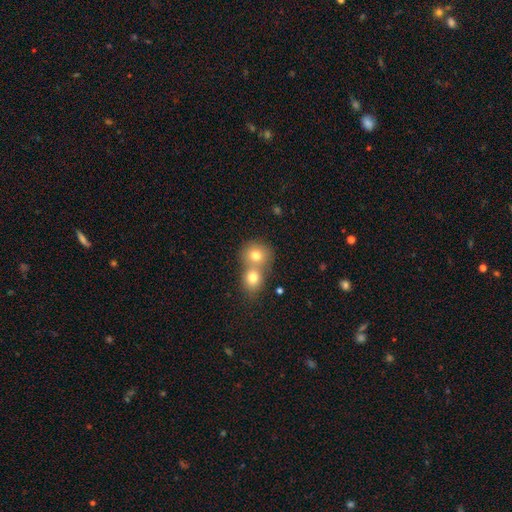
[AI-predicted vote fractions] Smooth or featured?
  - smooth: 76% *
  - featured or disk: 13%
  - star or artifact: 11%
How rounded?
  - round: 78% *
  - in between: 21%
  - cigar-shaped: 1%
Merging?
  - merger: 58% *
  - none: 34%
  - minor disturbance: 5%
  - major disturbance: 2%